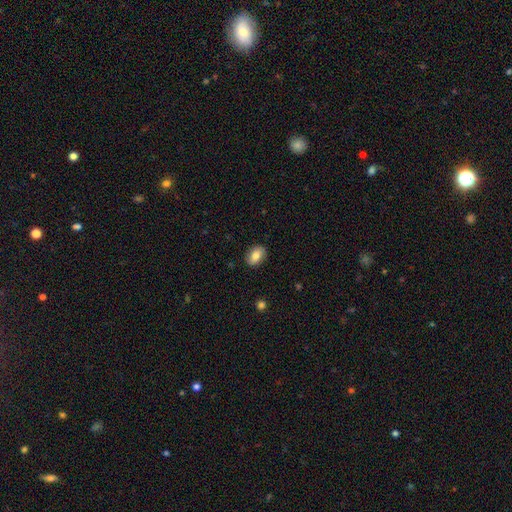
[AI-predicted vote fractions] smooth 78%, featured or disk 14%, star or artifact 7%. Down the decision tree: how rounded — in between (79%); merging — none (87%).